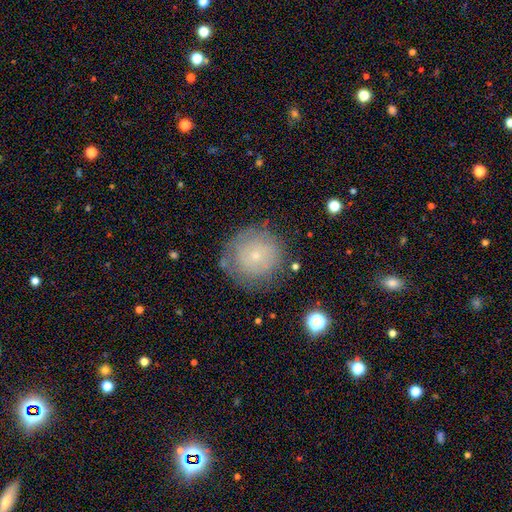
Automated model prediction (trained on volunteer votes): The model was most divided on "smooth or featured": smooth: 55%, featured or disk: 34%, star or artifact: 11%. More confident: how rounded — round (93%); merging — none (74%).